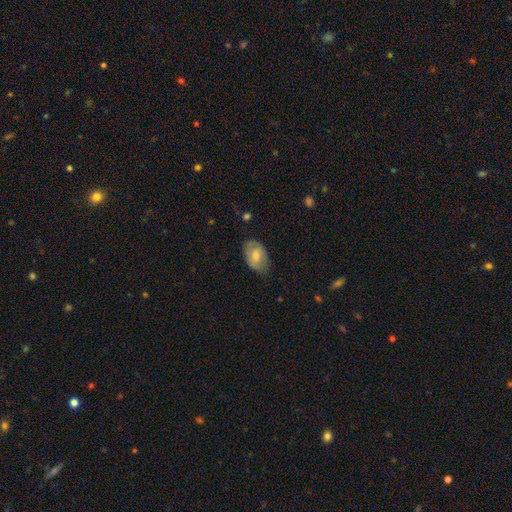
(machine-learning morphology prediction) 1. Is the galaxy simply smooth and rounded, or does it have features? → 66% smooth, 28% featured or disk, 6% star or artifact.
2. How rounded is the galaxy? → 89% in between, 10% round, 1% cigar-shaped.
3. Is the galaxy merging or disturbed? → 62% none, 31% minor disturbance, 6% major disturbance, 1% merger.